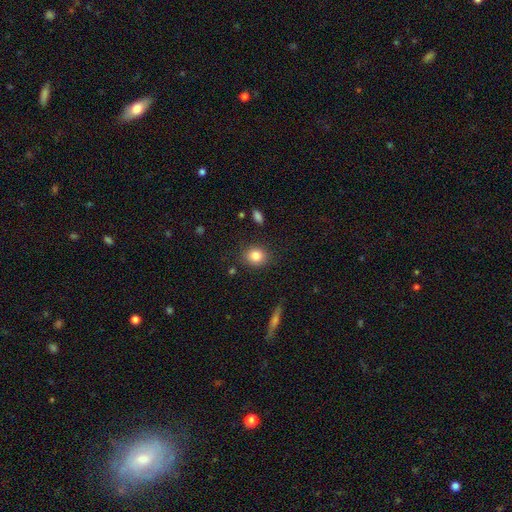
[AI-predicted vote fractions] This appears to be a smooth galaxy with no disk features (84%) that is round (70%). Merging: none (86%).